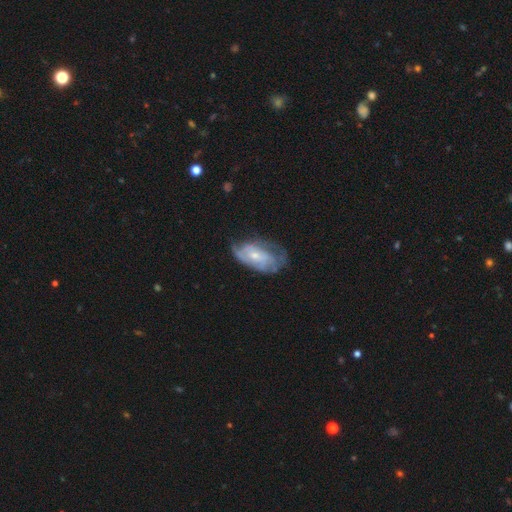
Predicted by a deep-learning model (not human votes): featured or disk 66%, smooth 27%, star or artifact 7%. Down the decision tree: edge-on disk — no (94%); bar — no (70%); spiral arms — yes (73%); bulge size — small (61%); merging — none (45%).